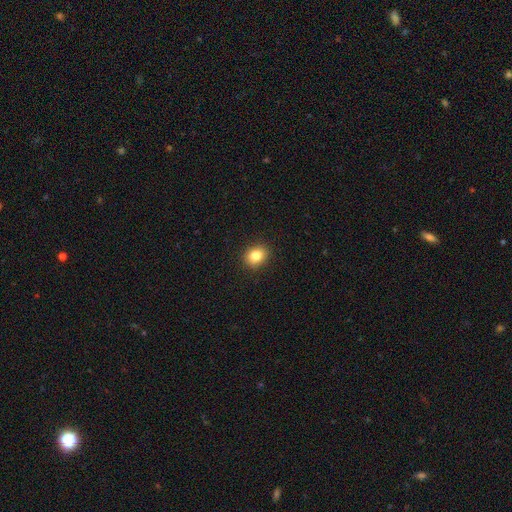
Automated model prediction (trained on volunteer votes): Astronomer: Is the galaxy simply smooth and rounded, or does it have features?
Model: smooth — 84%.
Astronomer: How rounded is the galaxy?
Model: round — 59% (runner-up: in between, 40%).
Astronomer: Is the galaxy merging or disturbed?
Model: none — 91%.